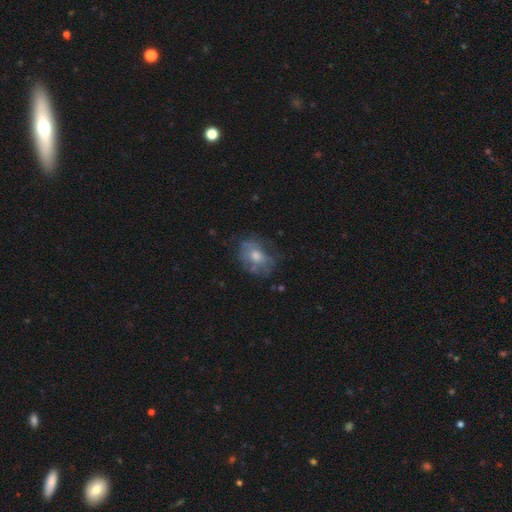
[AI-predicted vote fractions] smooth-or-featured: smooth: 45% | featured or disk: 43% | star or artifact: 12%
  merging: none: 59% | minor disturbance: 24% | major disturbance: 14% | merger: 3%